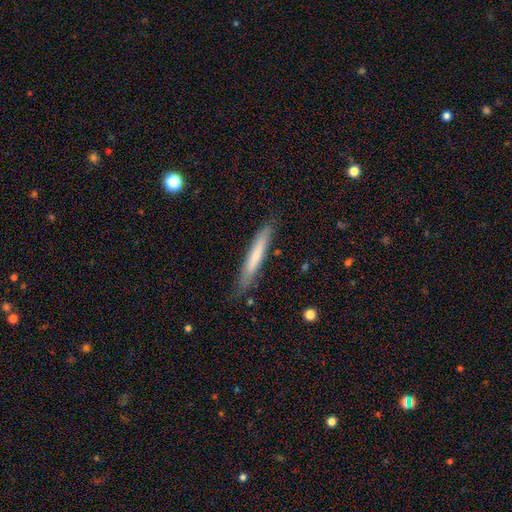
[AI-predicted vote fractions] Smooth or featured? smooth (65%)
How rounded? cigar-shaped (94%)
Merging? none (82%)